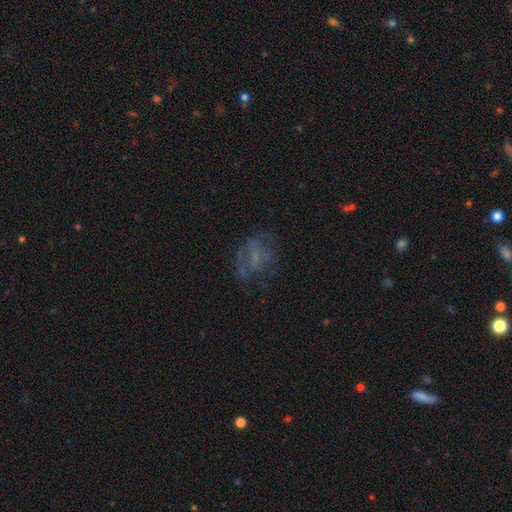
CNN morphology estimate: Smooth or featured: featured or disk — 51% (smooth — 31%)
Edge-on disk: no — 97% (yes — 3%)
Merging: none — 52% (major disturbance — 27%)